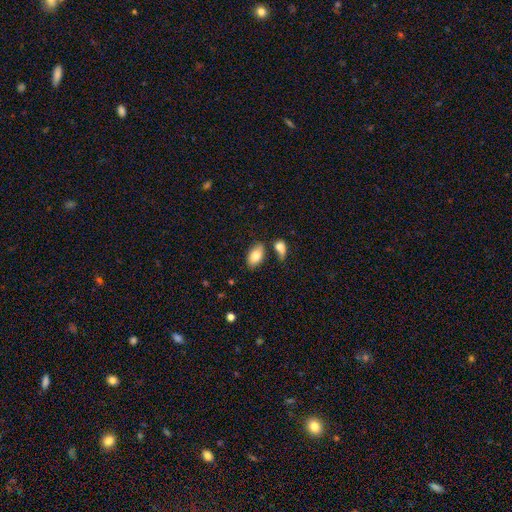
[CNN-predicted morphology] Q: Smooth or featured?
A: smooth (82%); runner-up: featured or disk (11%)
Q: How rounded?
A: in between (93%); runner-up: round (5%)
Q: Merging?
A: none (68%); runner-up: merger (15%)